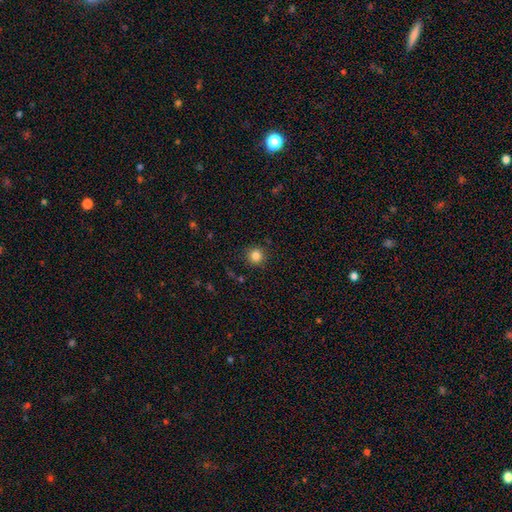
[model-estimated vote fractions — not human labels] This is clearly a smooth galaxy (83%). How rounded: clearly round (94%). Merging: clearly none (90%).